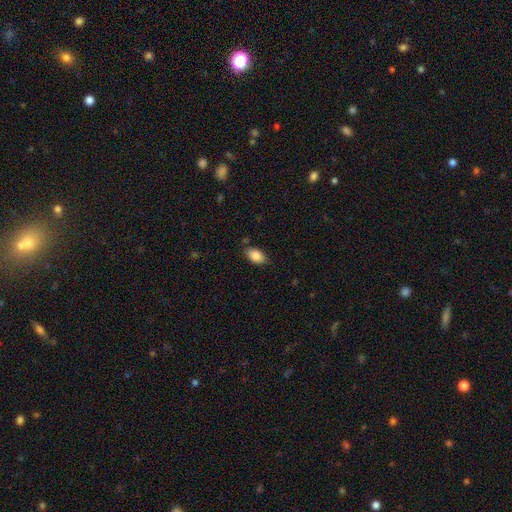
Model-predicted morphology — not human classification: This is clearly a smooth galaxy (86%). How rounded: clearly in between (91%). Merging: clearly none (81%).